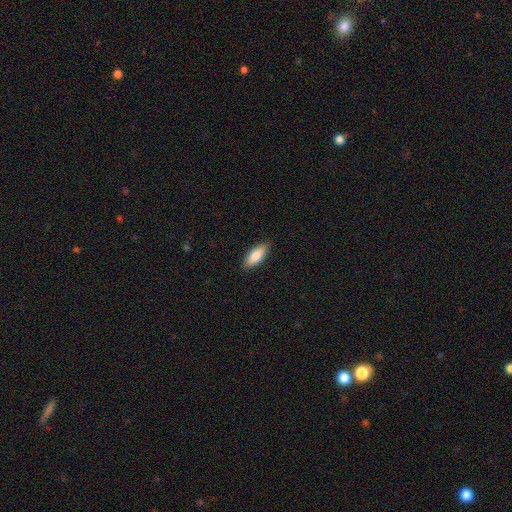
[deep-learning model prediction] Morphology: type=smooth (86%); roundness=in between (78%); merging=none (88%).